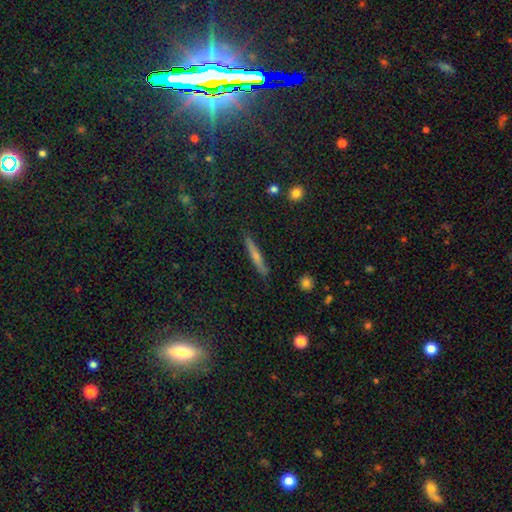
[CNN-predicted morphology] A smooth galaxy with no disk features (52%) that is cigar-shaped (92%). Merging: none (88%).